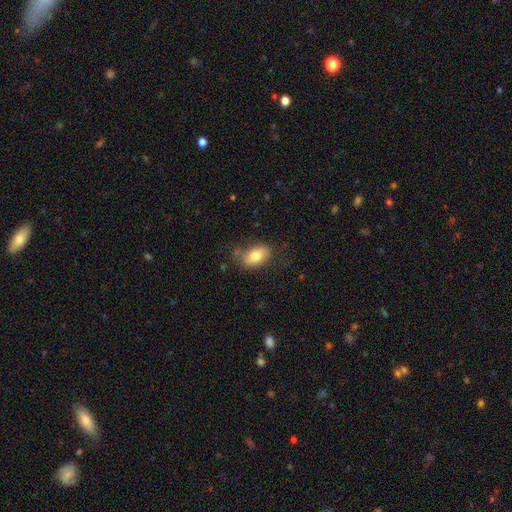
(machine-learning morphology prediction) A smooth galaxy with no disk features (78%) that is in between round and cigar-shaped (89%).

Vote fractions:
- Smooth or featured? smooth: 78% / featured or disk: 15% / star or artifact: 7%
- How rounded? in between: 89% / round: 8% / cigar-shaped: 2%
- Merging? none: 69% / minor disturbance: 21% / major disturbance: 6% / merger: 3%